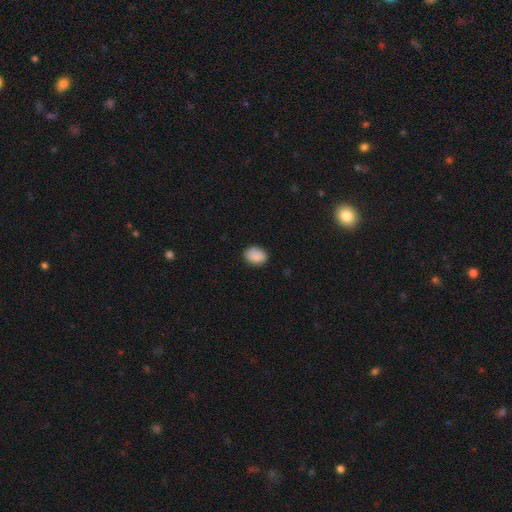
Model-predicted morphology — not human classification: This appears to be a smooth galaxy with no disk features (90%) that is in between round and cigar-shaped (71%). Merging: none (87%).